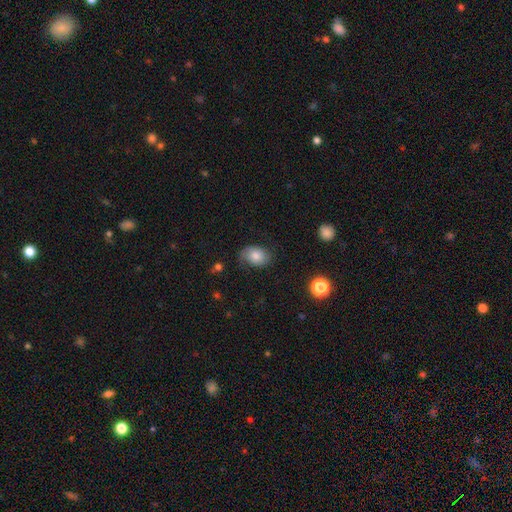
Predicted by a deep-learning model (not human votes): smooth-or-featured: smooth: 71% | featured or disk: 20% | star or artifact: 9%
  how-rounded: in between: 76% | round: 23% | cigar-shaped: 1%
  merging: none: 64% | minor disturbance: 26% | major disturbance: 9% | merger: 2%